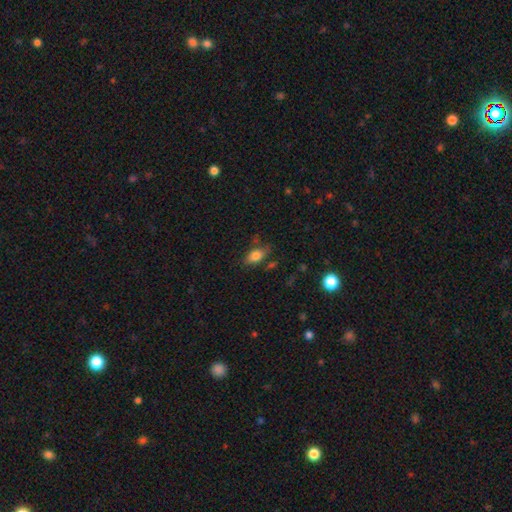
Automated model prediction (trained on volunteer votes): Smooth or featured?
  - smooth: 78% *
  - featured or disk: 13%
  - star or artifact: 9%
How rounded?
  - in between: 85% *
  - cigar-shaped: 8%
  - round: 6%
Merging?
  - none: 66% *
  - minor disturbance: 21%
  - major disturbance: 6%
  - merger: 6%